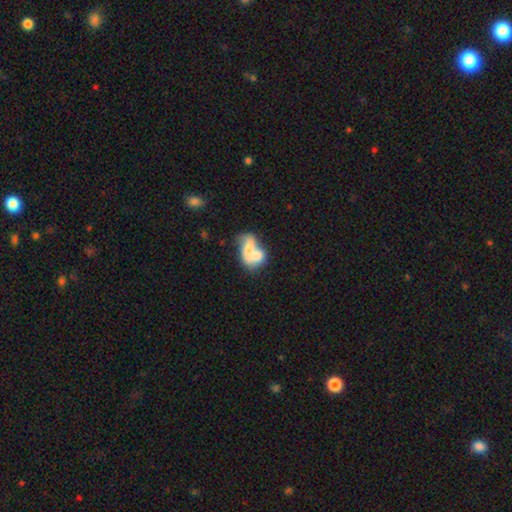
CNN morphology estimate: A smooth galaxy with no disk features (54%) that is in between round and cigar-shaped (78%). Merging: merger (72%).